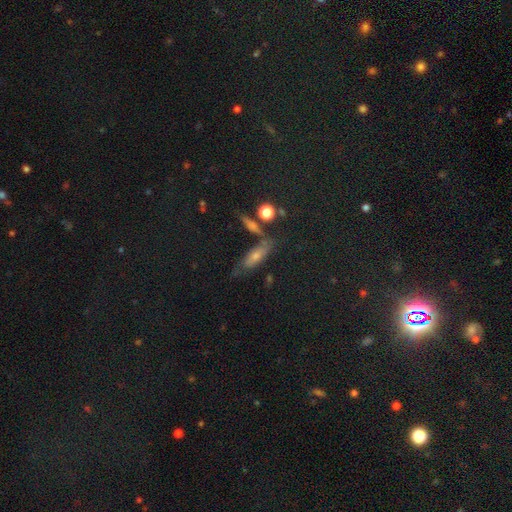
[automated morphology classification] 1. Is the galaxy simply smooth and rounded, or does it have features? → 43% smooth, 29% featured or disk, 28% star or artifact.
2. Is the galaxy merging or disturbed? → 64% none, 19% minor disturbance, 9% merger, 8% major disturbance.